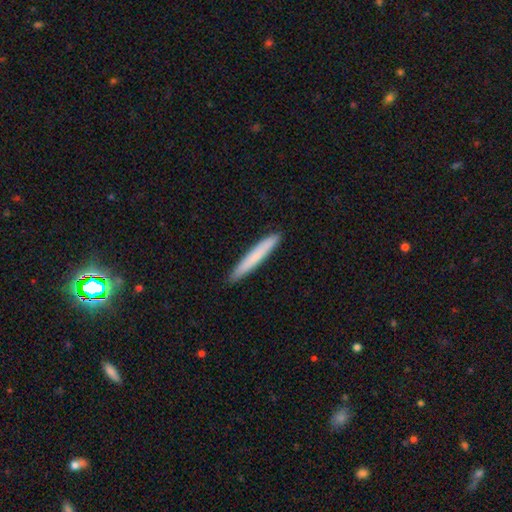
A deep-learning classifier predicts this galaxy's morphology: Overall: smooth (74%). How rounded: cigar-shaped (96%). Merging: none (91%).